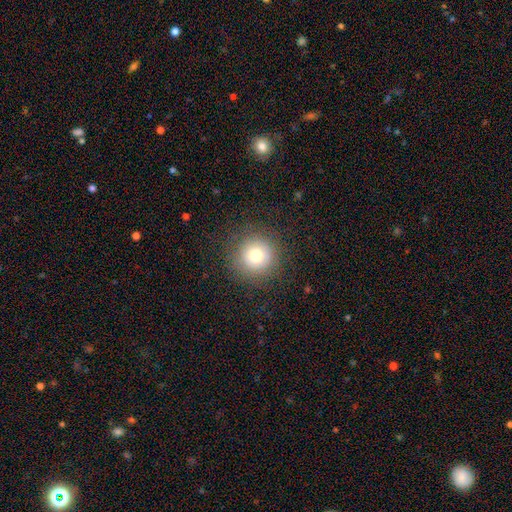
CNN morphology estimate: Q: Smooth or featured?
A: smooth (74%); runner-up: star or artifact (13%)
Q: How rounded?
A: round (95%); runner-up: in between (4%)
Q: Merging?
A: none (87%); runner-up: minor disturbance (8%)